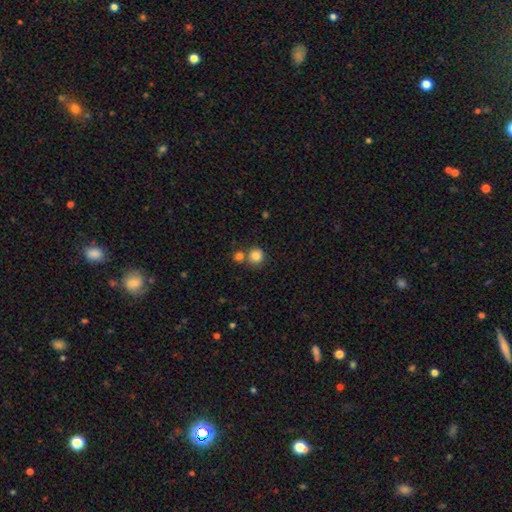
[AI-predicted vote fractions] Morphology: type=smooth (83%); roundness=round (91%); merging=none (65%).